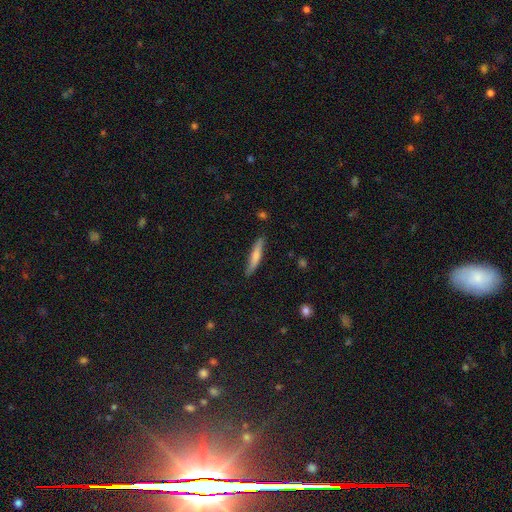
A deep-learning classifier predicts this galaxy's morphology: Smooth or featured? Predicted: smooth (p=0.66). How rounded? Predicted: cigar-shaped (p=0.89). Merging? Predicted: none (p=0.84).